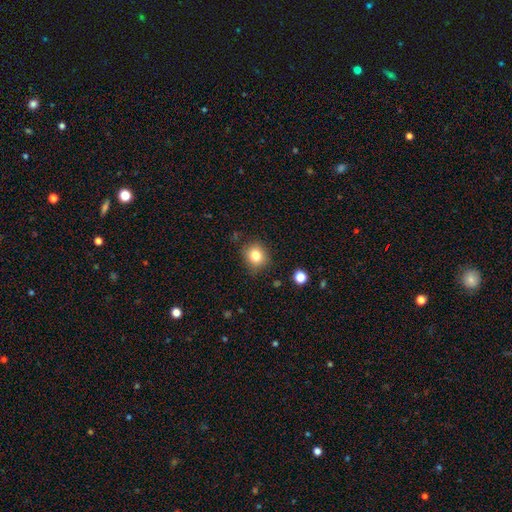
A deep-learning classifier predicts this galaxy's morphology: This is clearly a smooth galaxy (82%). How rounded: clearly round (80%). Merging: clearly none (83%).